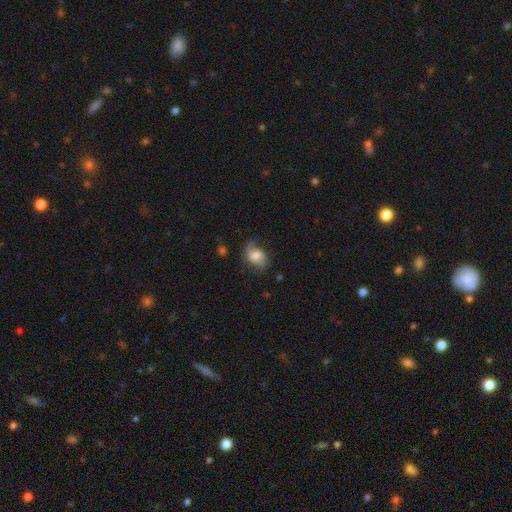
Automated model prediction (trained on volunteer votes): This appears to be a smooth galaxy with no disk features (51%) that is in between round and cigar-shaped (73%). Merging: none (61%).